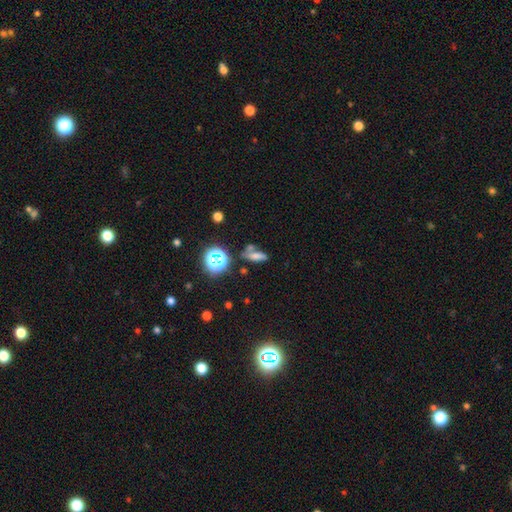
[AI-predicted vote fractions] Overall: smooth (59%; star or artifact 24%). How rounded: in between (57%; cigar-shaped 30%). Merging: none (49%; merger 25%).